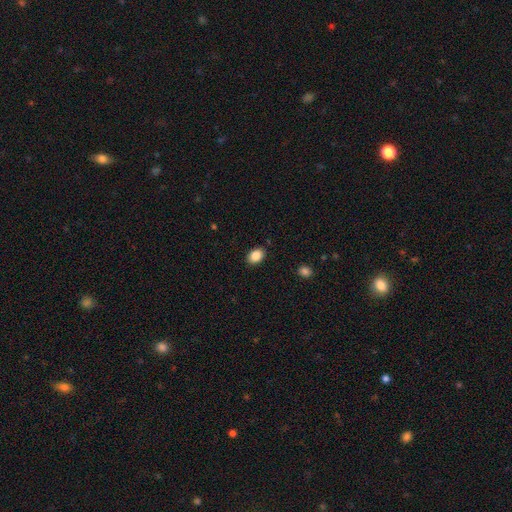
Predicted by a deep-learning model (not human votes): This appears to be a smooth galaxy with no disk features (87%) that is in between round and cigar-shaped (74%). Merging: none (88%).